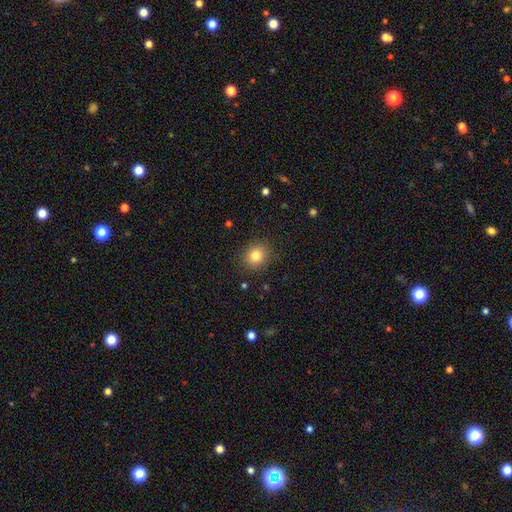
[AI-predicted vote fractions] Smooth or featured? smooth (81%)
How rounded? round (77%)
Merging? none (88%)